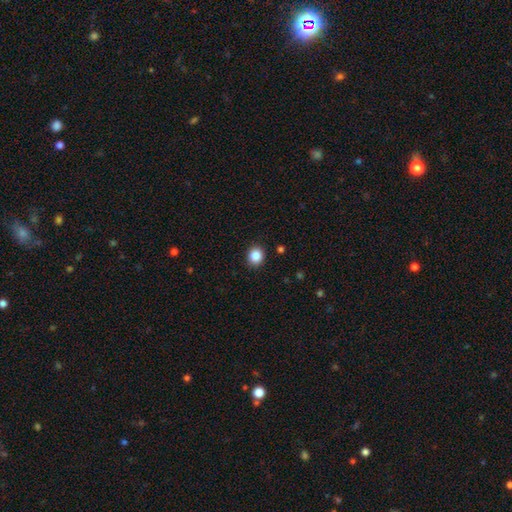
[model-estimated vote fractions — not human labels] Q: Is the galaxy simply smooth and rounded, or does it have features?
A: smooth — 86%.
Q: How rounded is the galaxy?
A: round — 79%.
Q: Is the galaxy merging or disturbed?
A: none — 90%.